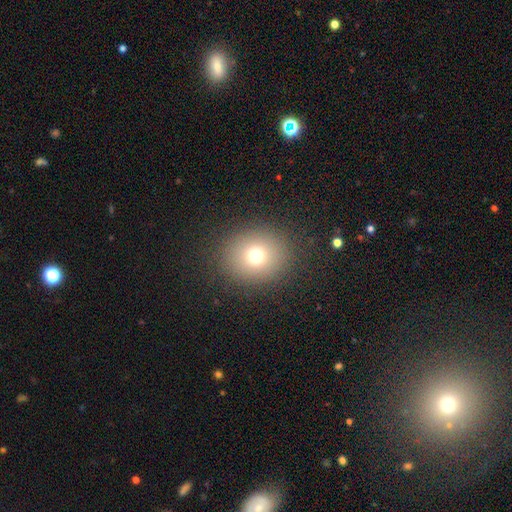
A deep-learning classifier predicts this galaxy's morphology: smooth-or-featured: smooth: 72% | star or artifact: 17% | featured or disk: 11%
  how-rounded: round: 77% | in between: 22% | cigar-shaped: 1%
  merging: none: 88% | minor disturbance: 7% | major disturbance: 4% | merger: 1%